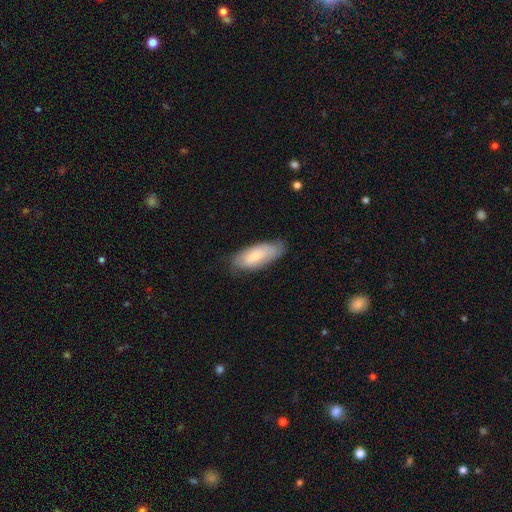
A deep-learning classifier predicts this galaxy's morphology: The model was most divided on "merging": none: 71%, minor disturbance: 23%, major disturbance: 5%, merger: 1%. More confident: how rounded — in between (78%); smooth or featured — smooth (72%).